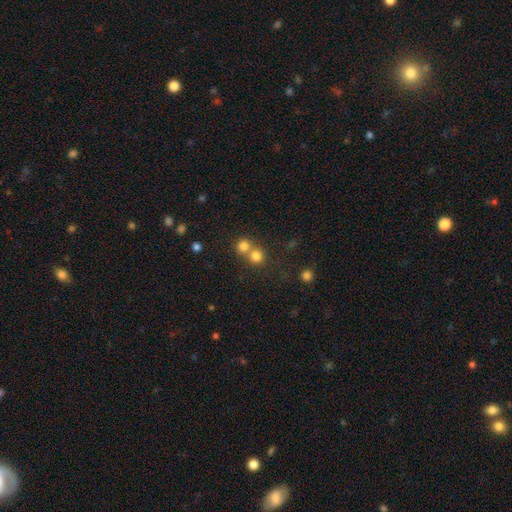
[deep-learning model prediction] This appears to be a smooth galaxy with no disk features (78%) that is round (91%). Merging: none (48%).